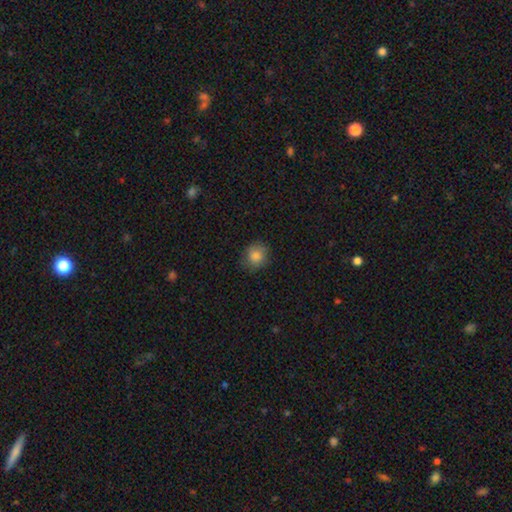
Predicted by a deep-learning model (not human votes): Smooth or featured: smooth — 84% (star or artifact — 10%)
How rounded: round — 83% (in between — 16%)
Merging: none — 81% (minor disturbance — 15%)